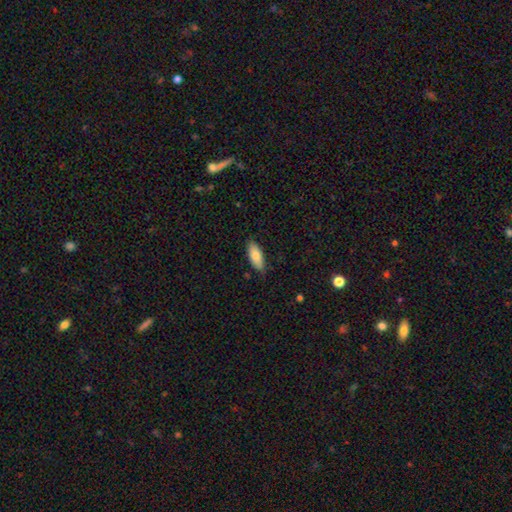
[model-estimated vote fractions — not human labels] This appears to be a smooth galaxy with no disk features (82%) that is in between round and cigar-shaped (82%). Merging: none (82%).